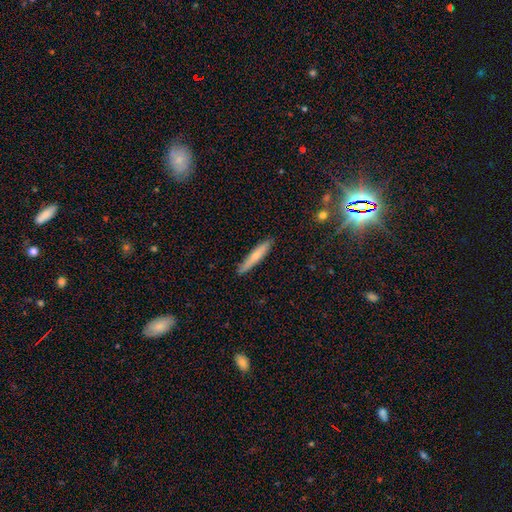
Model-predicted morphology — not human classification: A smooth galaxy with no disk features (67%) that is cigar-shaped (93%). Merging: none (89%).